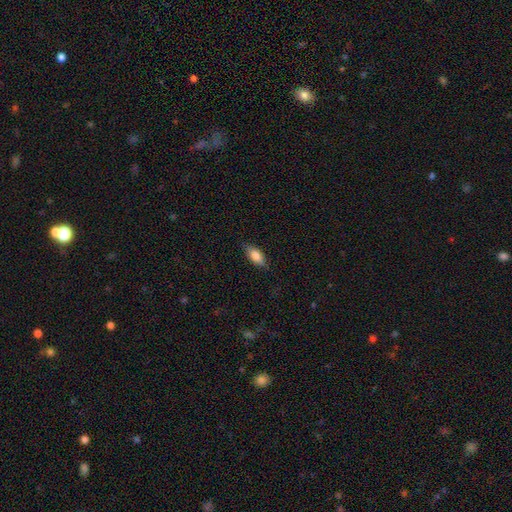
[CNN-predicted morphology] Smooth or featured? smooth (78%)
How rounded? in between (82%)
Merging? none (81%)